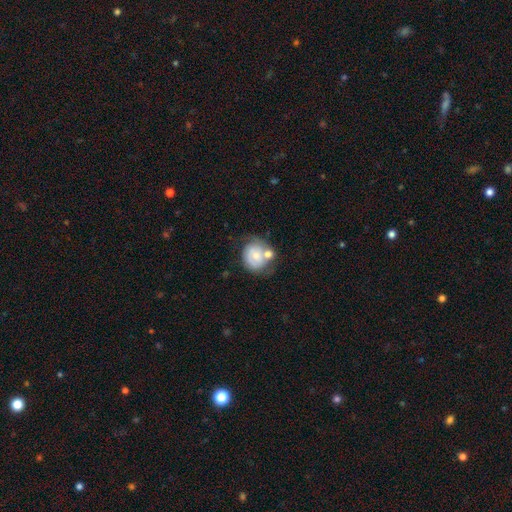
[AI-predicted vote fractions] Smooth or featured?
  - featured or disk: 47% *
  - smooth: 46%
  - star or artifact: 7%
Merging?
  - none: 38% *
  - merger: 32%
  - minor disturbance: 20%
  - major disturbance: 11%